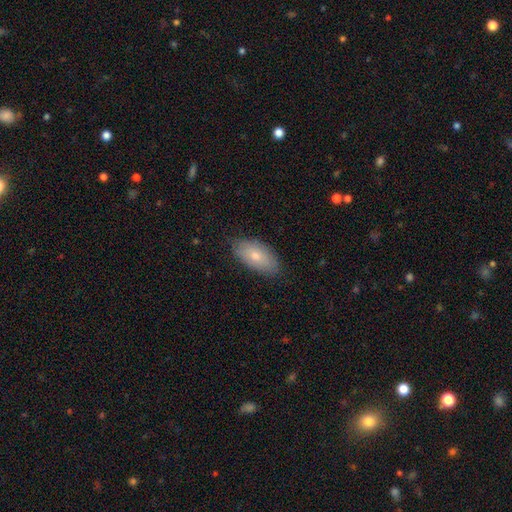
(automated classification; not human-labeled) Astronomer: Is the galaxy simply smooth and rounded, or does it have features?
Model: smooth — 73%.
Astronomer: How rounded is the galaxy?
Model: in between — 92%.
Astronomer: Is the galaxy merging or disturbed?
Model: none — 81%.